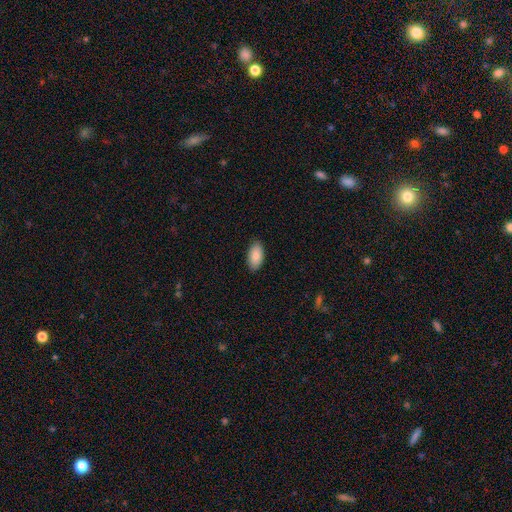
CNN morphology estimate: Smooth or featured: smooth — 87% (featured or disk — 6%)
How rounded: in between — 95% (cigar-shaped — 3%)
Merging: none — 88% (minor disturbance — 9%)